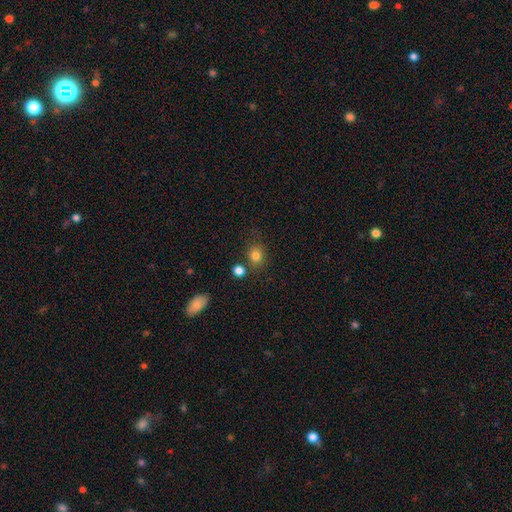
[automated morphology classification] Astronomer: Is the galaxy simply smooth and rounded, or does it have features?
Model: smooth — 81%.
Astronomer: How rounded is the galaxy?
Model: round — 69%.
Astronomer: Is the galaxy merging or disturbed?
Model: none — 73%.